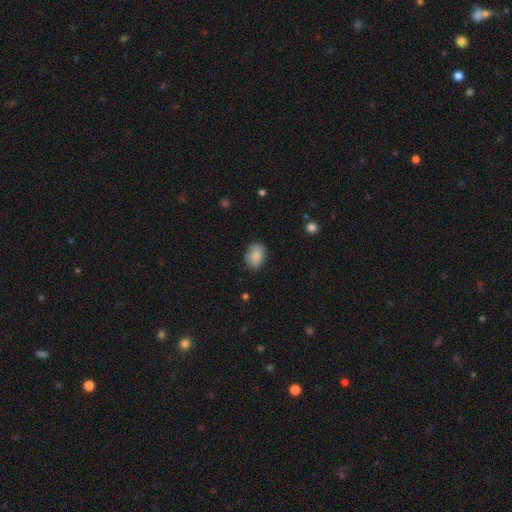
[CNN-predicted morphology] A smooth galaxy with no disk features (87%) that is in between round and cigar-shaped (72%).

Vote fractions:
- Smooth or featured? smooth: 87% / star or artifact: 7% / featured or disk: 6%
- How rounded? in between: 72% / round: 27% / cigar-shaped: 1%
- Merging? none: 80% / minor disturbance: 16% / major disturbance: 3% / merger: 1%